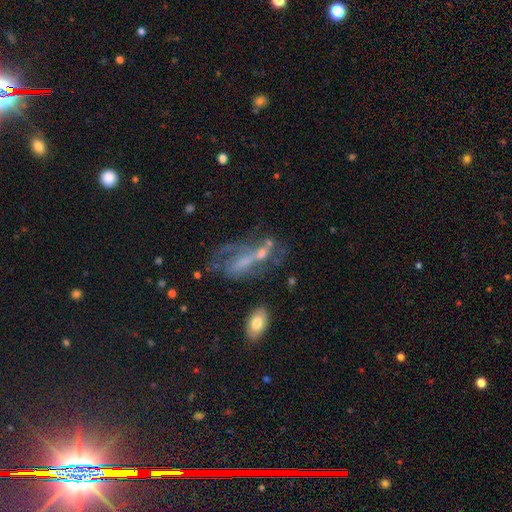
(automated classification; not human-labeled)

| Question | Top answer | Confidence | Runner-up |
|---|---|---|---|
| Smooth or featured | featured or disk | 63% | smooth (20%) |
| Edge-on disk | no | 86% | yes (14%) |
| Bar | no | 45% | weak (32%) |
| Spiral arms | yes | 54% | no (46%) |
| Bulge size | small | 37% | none (35%) |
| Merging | none | 38% | major disturbance (30%) |